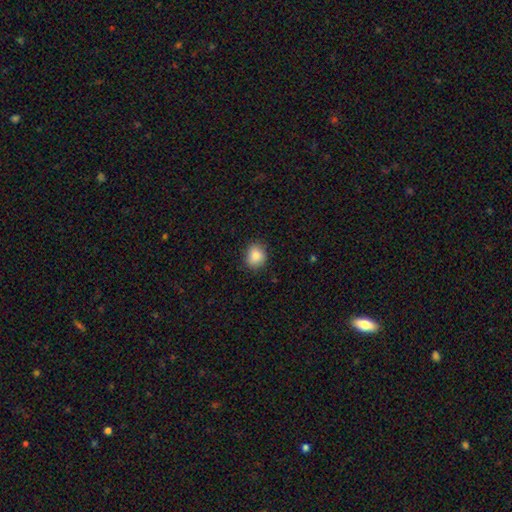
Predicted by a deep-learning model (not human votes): A smooth galaxy with no disk features (86%) that is round (69%).

Vote fractions:
- Smooth or featured? smooth: 86% / star or artifact: 9% / featured or disk: 5%
- How rounded? round: 69% / in between: 30% / cigar-shaped: 1%
- Merging? none: 85% / minor disturbance: 12% / major disturbance: 3% / merger: 1%